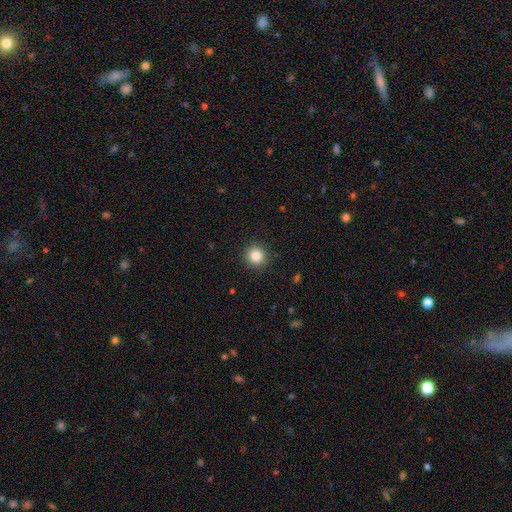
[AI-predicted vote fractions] Q: Smooth or featured?
A: smooth (86%); runner-up: star or artifact (10%)
Q: How rounded?
A: round (93%); runner-up: in between (6%)
Q: Merging?
A: none (91%); runner-up: minor disturbance (6%)